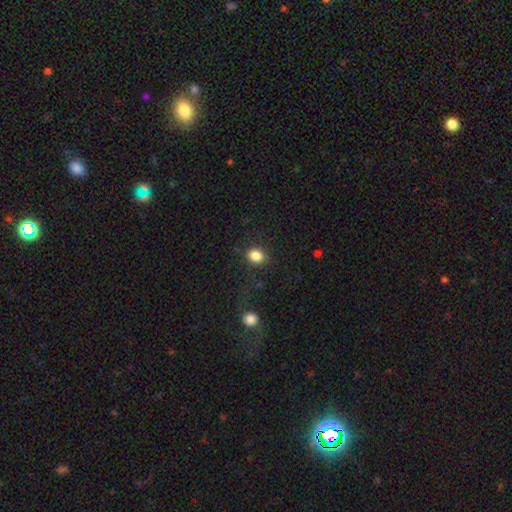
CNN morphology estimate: Smooth or featured?
  - smooth: 84% *
  - star or artifact: 11%
  - featured or disk: 5%
How rounded?
  - round: 57% *
  - in between: 42%
  - cigar-shaped: 1%
Merging?
  - none: 81% *
  - minor disturbance: 12%
  - major disturbance: 5%
  - merger: 2%